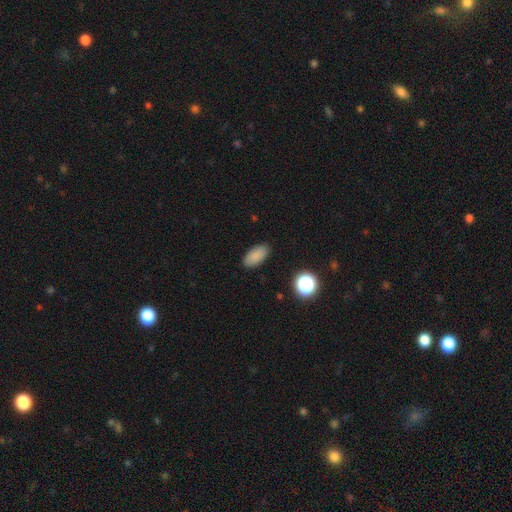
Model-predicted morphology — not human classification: The model was most divided on "smooth or featured": smooth: 86%, star or artifact: 10%, featured or disk: 5%. More confident: how rounded — in between (91%); merging — none (87%).